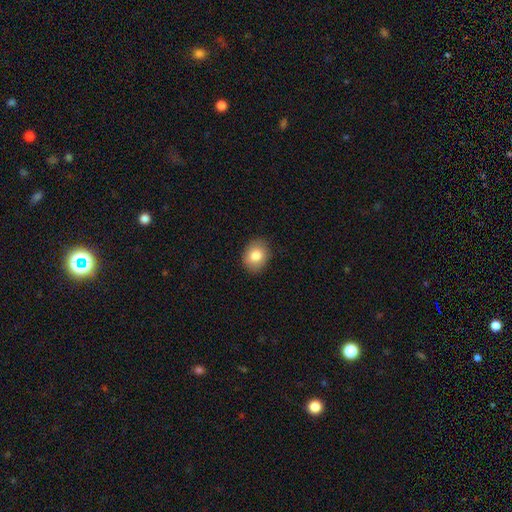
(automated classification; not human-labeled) Q: Smooth or featured?
A: smooth (82%); runner-up: featured or disk (10%)
Q: How rounded?
A: in between (54%); runner-up: round (45%)
Q: Merging?
A: none (87%); runner-up: minor disturbance (10%)